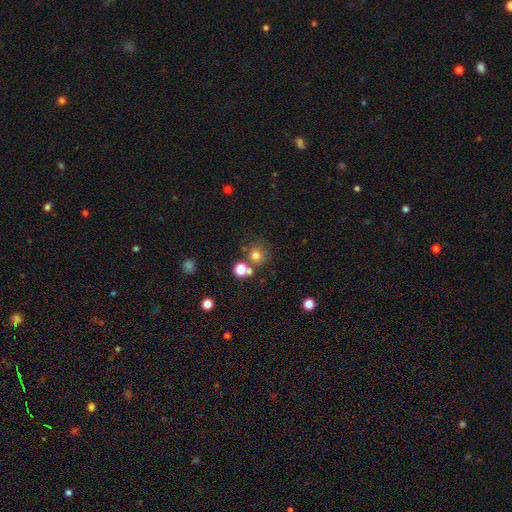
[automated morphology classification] Smooth or featured?
  - smooth: 73% *
  - star or artifact: 17%
  - featured or disk: 10%
How rounded?
  - round: 87% *
  - in between: 12%
  - cigar-shaped: 1%
Merging?
  - none: 60% *
  - merger: 23%
  - minor disturbance: 11%
  - major disturbance: 6%